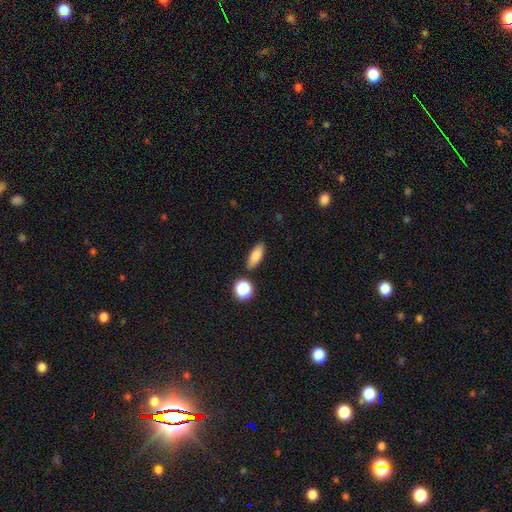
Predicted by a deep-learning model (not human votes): Smooth or featured? smooth (84%)
How rounded? in between (75%)
Merging? none (83%)